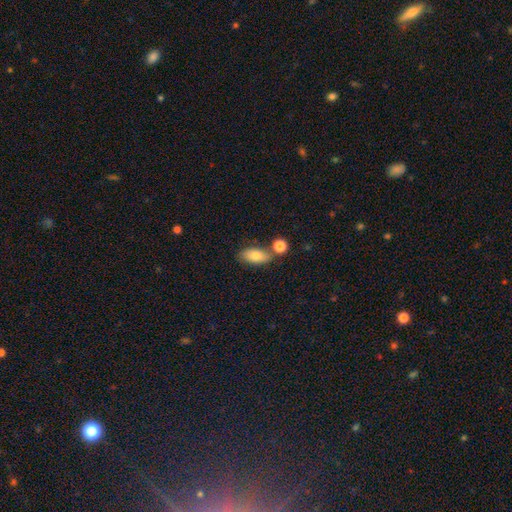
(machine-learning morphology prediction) Smooth or featured?
  - smooth: 80% *
  - featured or disk: 12%
  - star or artifact: 7%
How rounded?
  - in between: 87% *
  - cigar-shaped: 8%
  - round: 5%
Merging?
  - none: 62% *
  - merger: 19%
  - minor disturbance: 14%
  - major disturbance: 4%